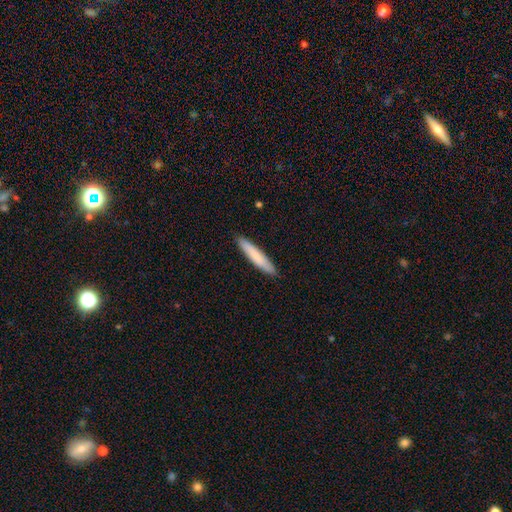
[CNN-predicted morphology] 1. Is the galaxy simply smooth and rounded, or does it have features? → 80% smooth, 15% featured or disk, 5% star or artifact.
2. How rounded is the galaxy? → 92% cigar-shaped, 7% in between, 1% round.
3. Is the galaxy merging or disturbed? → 91% none, 7% minor disturbance, 1% major disturbance, 1% merger.